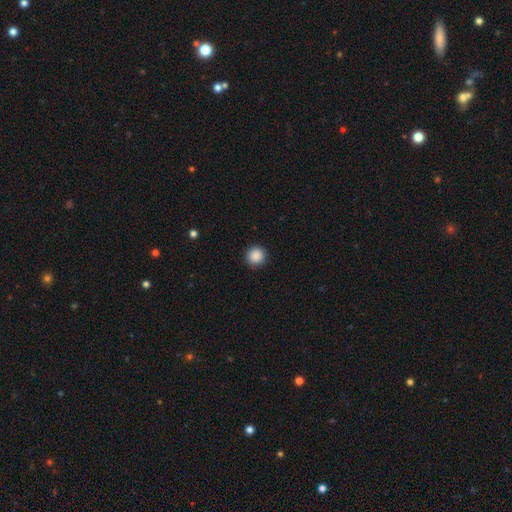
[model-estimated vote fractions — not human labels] smooth 89%, star or artifact 9%, featured or disk 2%. Down the decision tree: how rounded — round (95%); merging — none (92%).